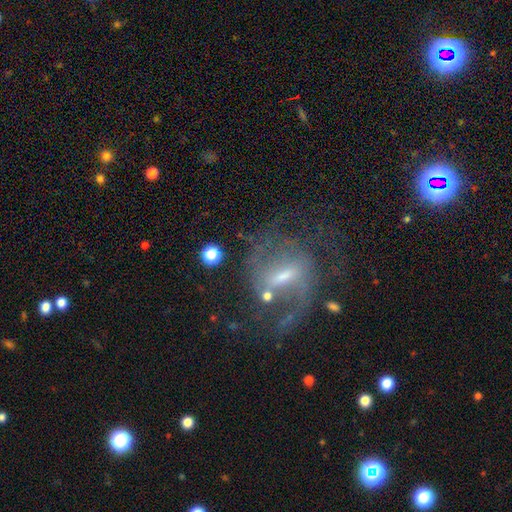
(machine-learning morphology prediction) The model was most divided on "bulge size": small: 47%, moderate: 38%, none: 9%, large: 4%, dominant: 1%. Remaining: edge-on disk — no (95%); spiral arms — yes (91%); smooth or featured — featured or disk (81%); spiral arm count — 2 (66%); merging — none (57%); bar — weak (50%); spiral winding — medium (48%).